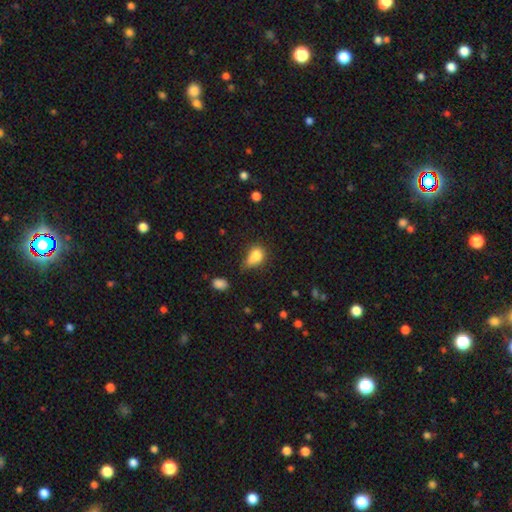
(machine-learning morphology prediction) Overall: smooth (79%). How rounded: in between (73%). Merging: minor disturbance (39%; none 31%).